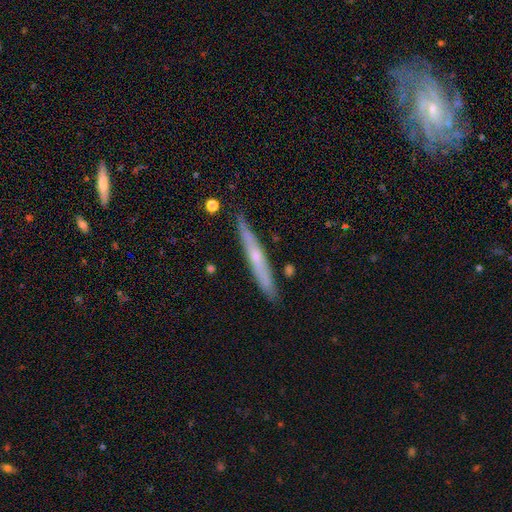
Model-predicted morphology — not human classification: smooth-or-featured: featured or disk: 53% | smooth: 41% | star or artifact: 6%
  disk-edge-on: yes: 90% | no: 10%
  merging: none: 81% | minor disturbance: 15% | major disturbance: 2% | merger: 2%